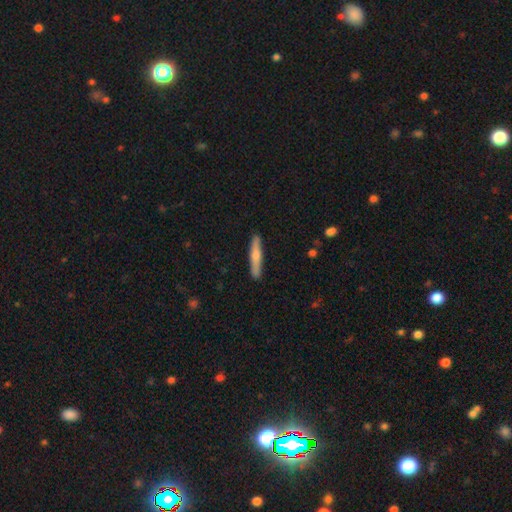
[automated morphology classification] Q: Smooth or featured?
A: smooth (57%); runner-up: featured or disk (38%)
Q: How rounded?
A: cigar-shaped (92%); runner-up: in between (7%)
Q: Merging?
A: none (90%); runner-up: minor disturbance (8%)